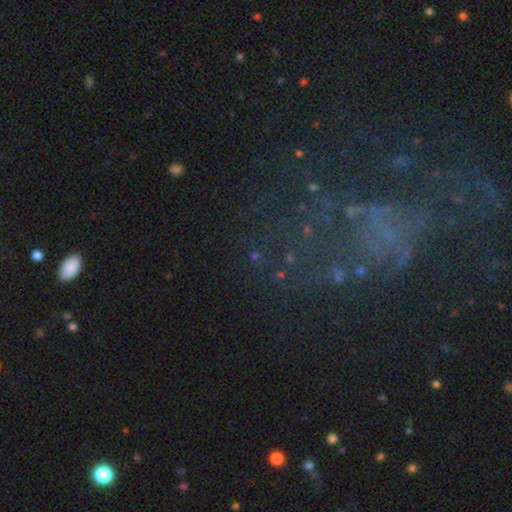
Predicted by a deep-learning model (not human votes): This appears to be a star or artifact, not a galaxy (60%).